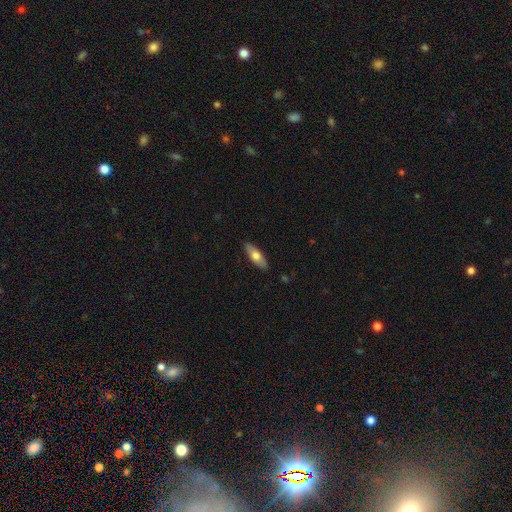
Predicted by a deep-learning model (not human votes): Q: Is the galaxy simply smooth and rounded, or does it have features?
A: smooth — 64%.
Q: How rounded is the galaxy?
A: in between — 57%.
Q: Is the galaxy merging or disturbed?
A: none — 88%.